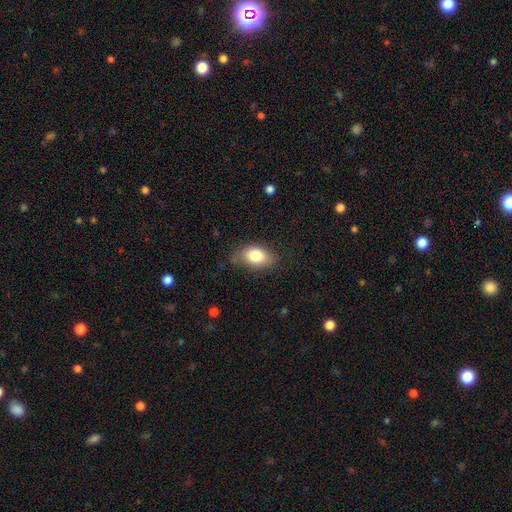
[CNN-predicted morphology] Smooth or featured: smooth — 80% (featured or disk — 12%)
How rounded: in between — 88% (round — 10%)
Merging: none — 69% (minor disturbance — 24%)